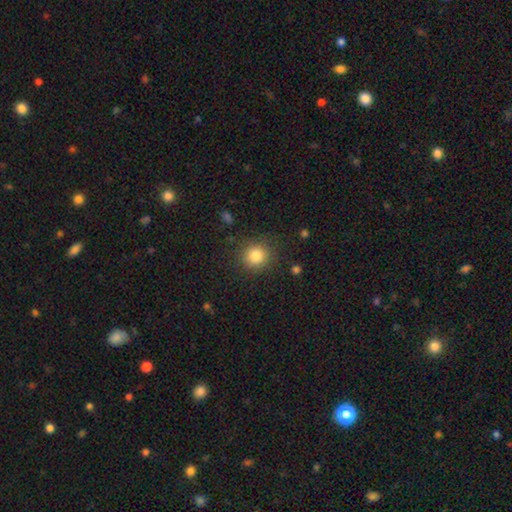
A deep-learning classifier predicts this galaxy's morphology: This is clearly a smooth galaxy (83%). How rounded: clearly round (90%). Merging: clearly none (86%).